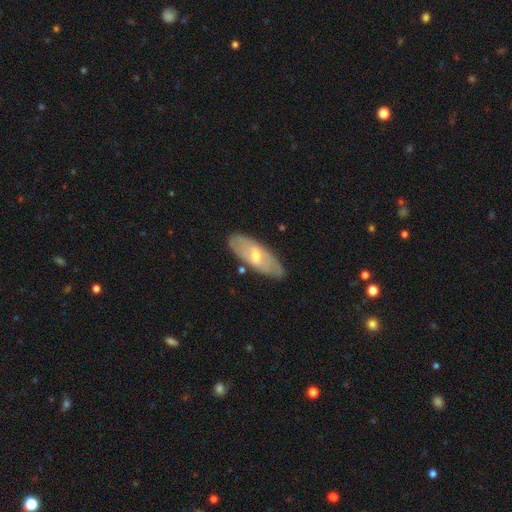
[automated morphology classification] Smooth or featured?
  - featured or disk: 55% *
  - smooth: 39%
  - star or artifact: 6%
Edge-on disk?
  - no: 80% *
  - yes: 20%
Merging?
  - none: 79% *
  - minor disturbance: 15%
  - major disturbance: 3%
  - merger: 2%